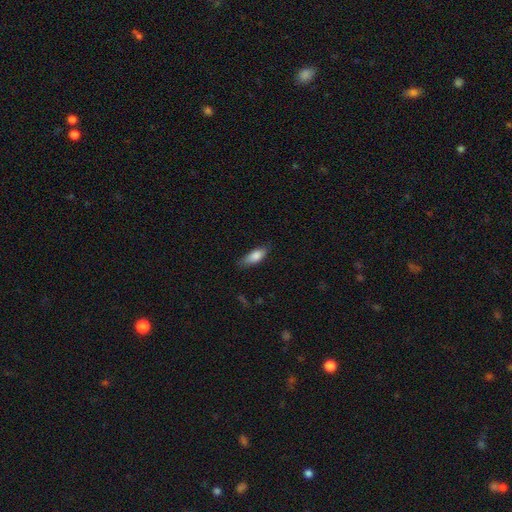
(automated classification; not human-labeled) smooth 80%, featured or disk 13%, star or artifact 7%. Down the decision tree: how rounded — in between (71%); merging — none (72%).